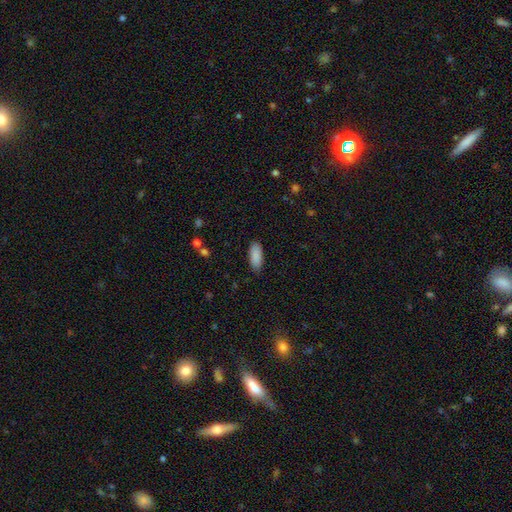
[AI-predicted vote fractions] Smooth or featured: smooth — 89% (star or artifact — 7%)
How rounded: in between — 82% (cigar-shaped — 16%)
Merging: none — 85% (minor disturbance — 11%)